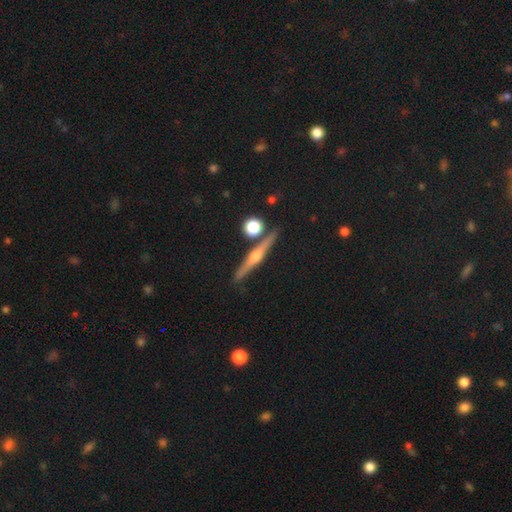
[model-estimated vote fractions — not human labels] Overall: featured or disk (74%). Edge-on disk: yes (97%). Edge-on bulge: rounded (90%). Merging: none (85%).